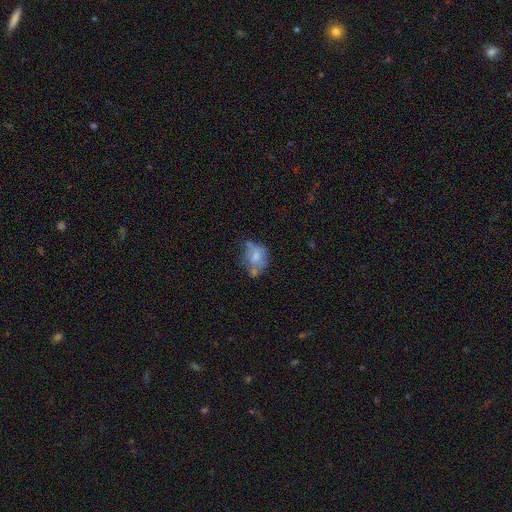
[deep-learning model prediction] Smooth or featured: smooth — 50% (featured or disk — 40%)
Merging: none — 36% (minor disturbance — 26%)